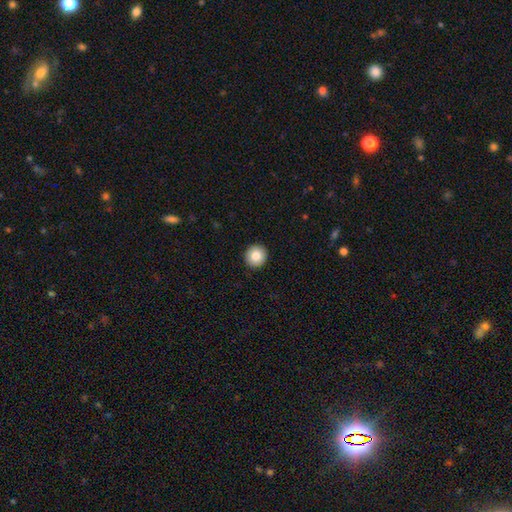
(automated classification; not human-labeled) This appears to be a smooth galaxy with no disk features (85%) that is round (94%). Merging: none (93%).